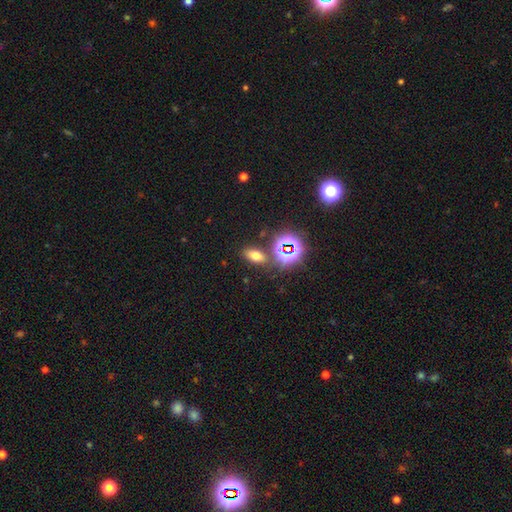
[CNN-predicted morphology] The model was most divided on "smooth or featured": smooth: 58%, star or artifact: 31%, featured or disk: 11%. More confident: merging — none (80%); how rounded — in between (78%).